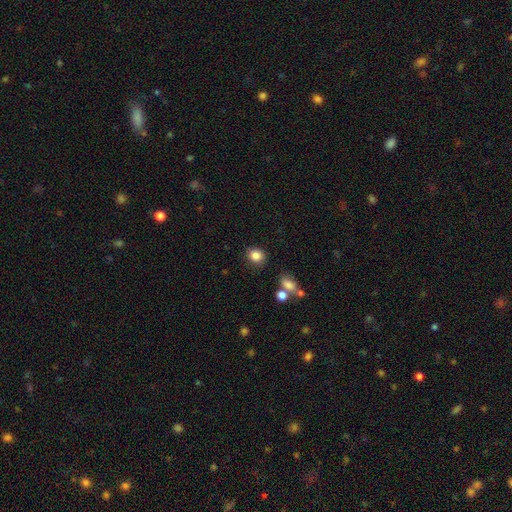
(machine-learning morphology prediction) Smooth or featured? smooth (85%)
How rounded? round (65%)
Merging? none (82%)